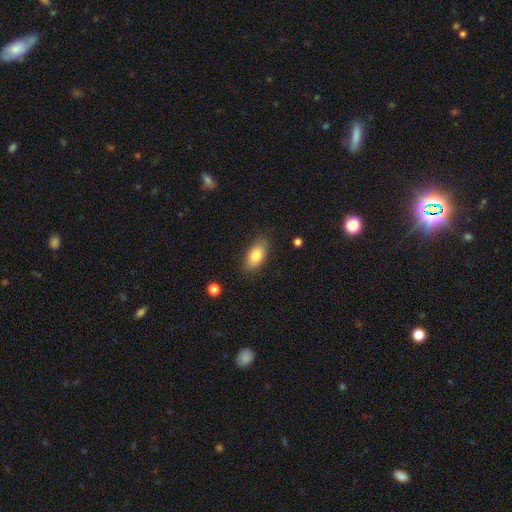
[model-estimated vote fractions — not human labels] Q: Smooth or featured?
A: smooth (81%); runner-up: featured or disk (12%)
Q: How rounded?
A: in between (89%); runner-up: cigar-shaped (7%)
Q: Merging?
A: none (82%); runner-up: minor disturbance (14%)